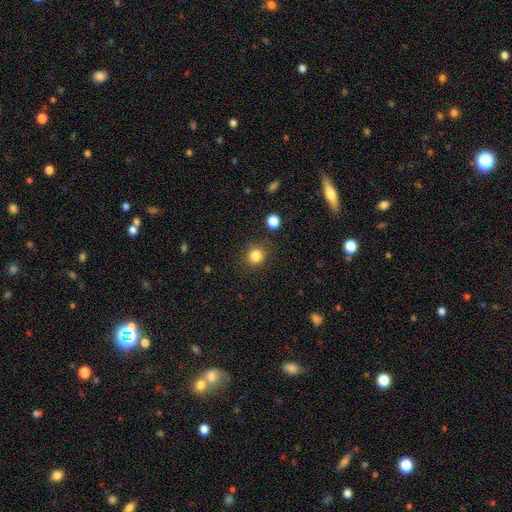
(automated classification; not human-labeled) This appears to be a smooth galaxy with no disk features (84%) that is round (89%). Merging: none (87%).